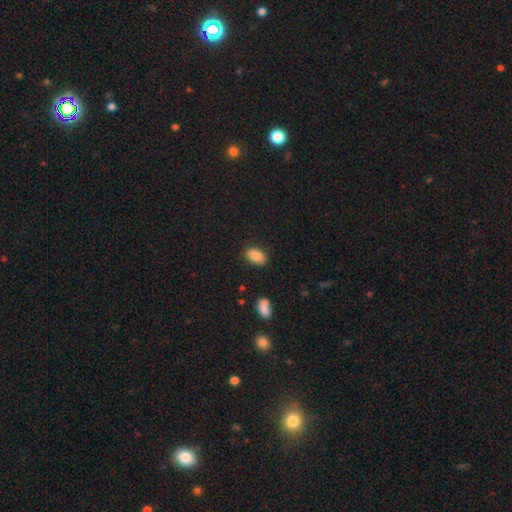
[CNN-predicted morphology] Smooth or featured?
  - smooth: 86% *
  - star or artifact: 8%
  - featured or disk: 6%
How rounded?
  - in between: 91% *
  - round: 7%
  - cigar-shaped: 2%
Merging?
  - none: 84% *
  - minor disturbance: 11%
  - major disturbance: 3%
  - merger: 2%